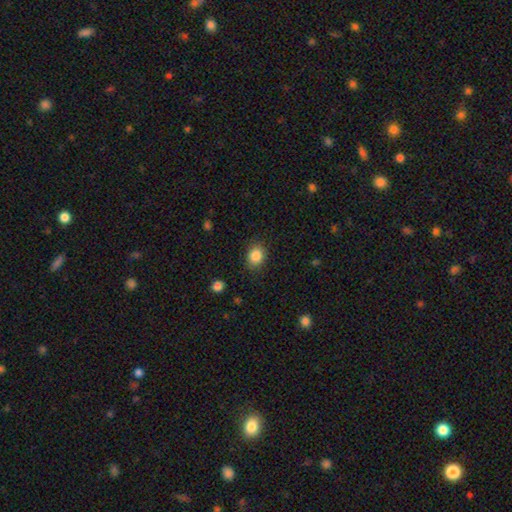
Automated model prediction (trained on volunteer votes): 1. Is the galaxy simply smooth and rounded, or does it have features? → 85% smooth, 10% star or artifact, 5% featured or disk.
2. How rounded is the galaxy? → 54% round, 45% in between, 1% cigar-shaped.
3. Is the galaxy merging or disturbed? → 85% none, 11% minor disturbance, 3% major disturbance, 1% merger.